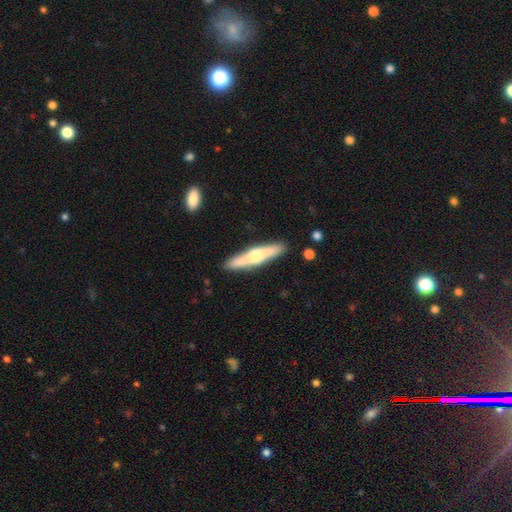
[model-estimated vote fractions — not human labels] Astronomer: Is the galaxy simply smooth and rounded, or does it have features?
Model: featured or disk — 60%.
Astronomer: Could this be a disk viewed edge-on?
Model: yes — 95%.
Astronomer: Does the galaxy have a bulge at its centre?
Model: rounded — 90%.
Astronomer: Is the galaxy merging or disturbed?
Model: none — 89%.